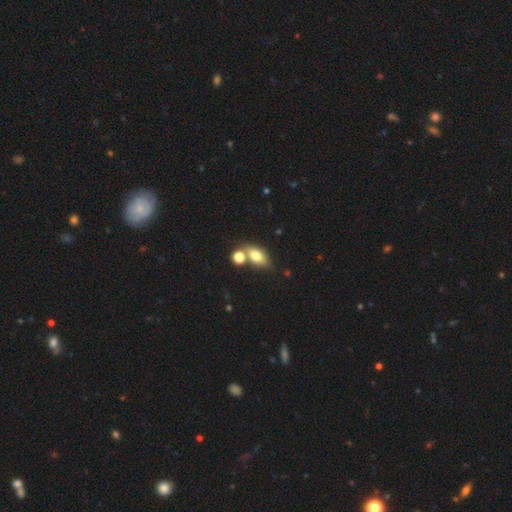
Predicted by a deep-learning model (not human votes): Smooth or featured: smooth — 68% (featured or disk — 21%)
How rounded: in between — 75% (round — 15%)
Merging: none — 58% (merger — 25%)